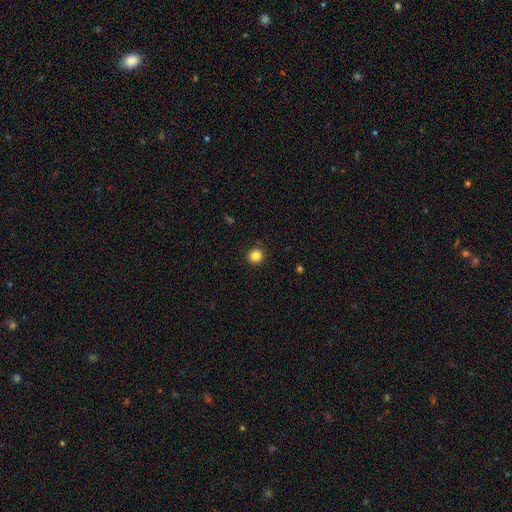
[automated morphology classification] type=smooth (84%); roundness=round (94%); merging=none (92%).